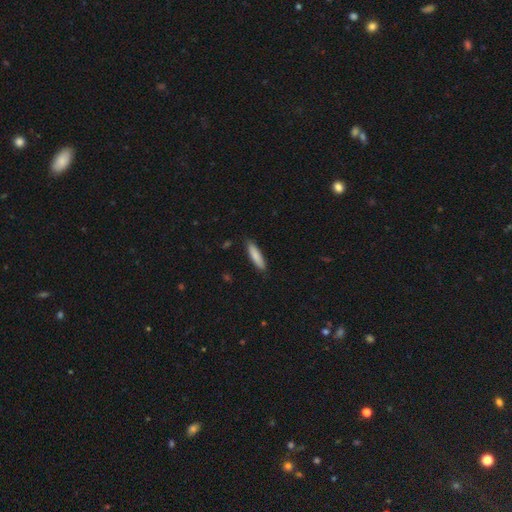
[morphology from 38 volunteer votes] This is clearly a smooth galaxy (89%). How rounded: likely cigar-shaped (79%). Merging: clearly none (95%).